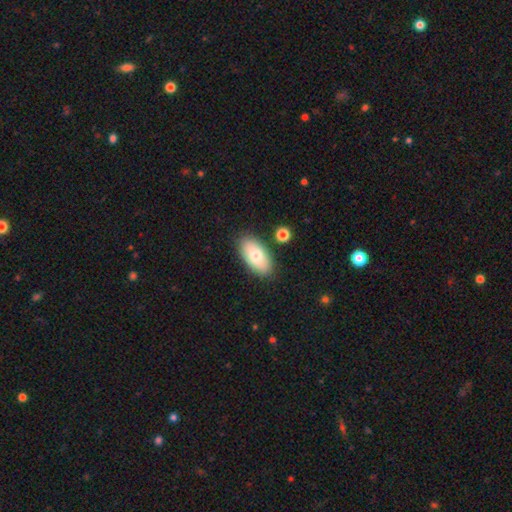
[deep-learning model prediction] This is likely a smooth galaxy (73%). How rounded: clearly in between (93%). Merging: clearly none (83%).